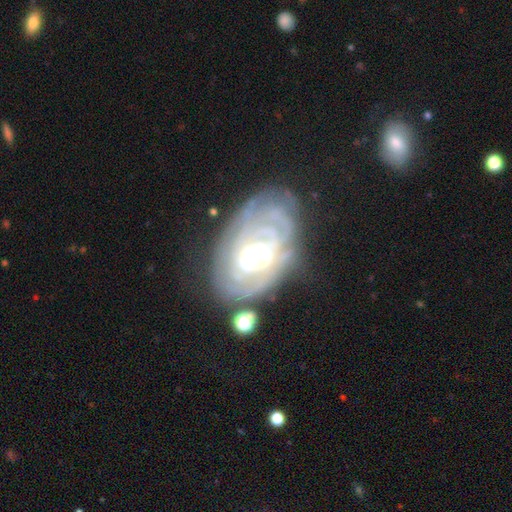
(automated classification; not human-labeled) Smooth or featured? Predicted: featured or disk (p=0.83). Edge-on disk? Predicted: no (p=0.94). Bar? Predicted: no (p=0.42). Spiral arms? Predicted: yes (p=0.87). Spiral winding? Predicted: tight (p=0.75). Spiral arm count? Predicted: can't tell (p=0.50). Bulge size? Predicted: moderate (p=0.65). Merging? Predicted: none (p=0.62).